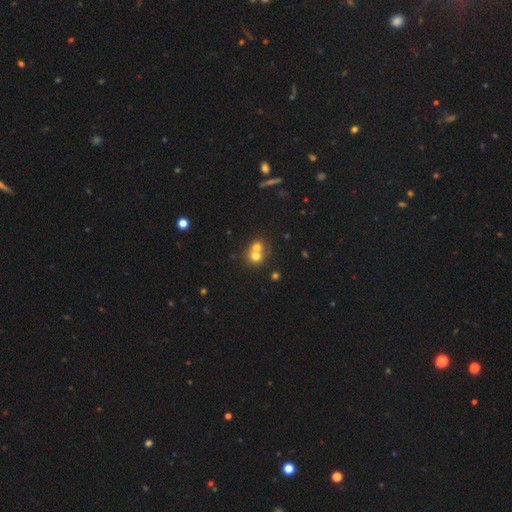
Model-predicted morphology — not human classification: Smooth or featured?
  - smooth: 67% *
  - featured or disk: 20%
  - star or artifact: 13%
How rounded?
  - round: 79% *
  - in between: 20%
  - cigar-shaped: 1%
Merging?
  - merger: 62% *
  - none: 31%
  - minor disturbance: 5%
  - major disturbance: 2%